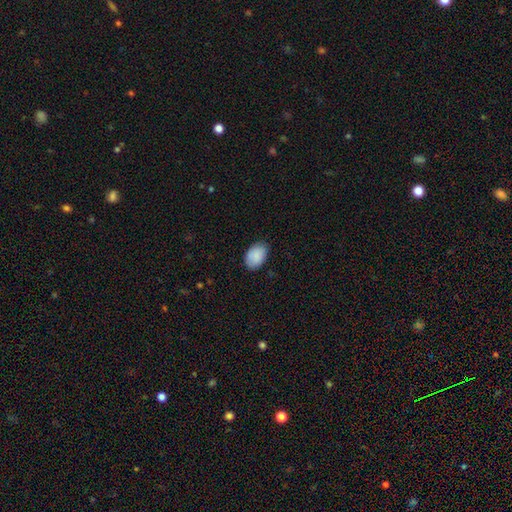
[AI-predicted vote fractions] Morphology: type=smooth (89%); roundness=in between (88%); merging=none (77%).